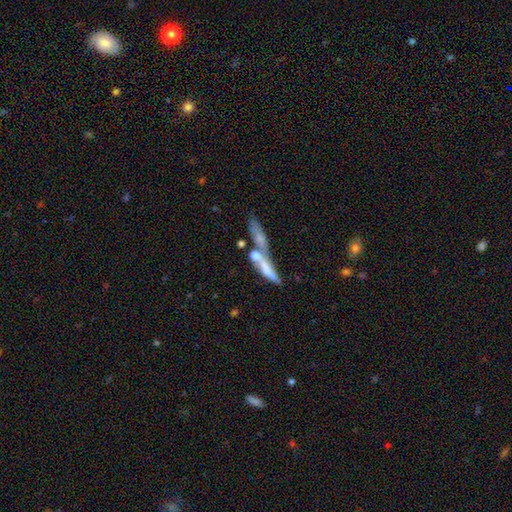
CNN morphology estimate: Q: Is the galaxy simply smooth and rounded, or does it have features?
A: smooth — 53%.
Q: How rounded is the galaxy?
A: cigar-shaped — 67%.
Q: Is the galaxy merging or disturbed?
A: merger — 62%.